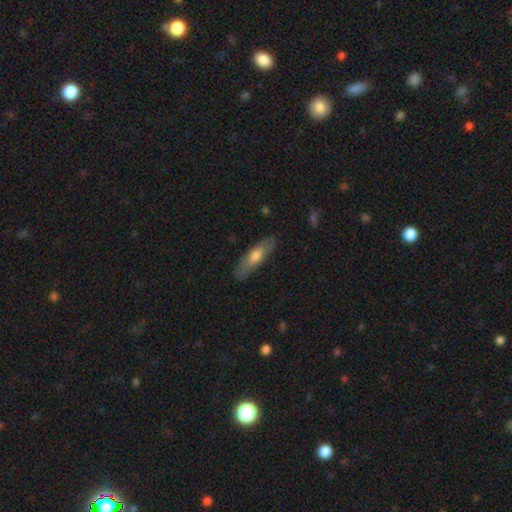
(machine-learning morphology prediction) Smooth or featured?
  - smooth: 60% *
  - featured or disk: 34%
  - star or artifact: 6%
How rounded?
  - cigar-shaped: 54% *
  - in between: 44%
  - round: 2%
Merging?
  - none: 84% *
  - minor disturbance: 12%
  - major disturbance: 3%
  - merger: 1%